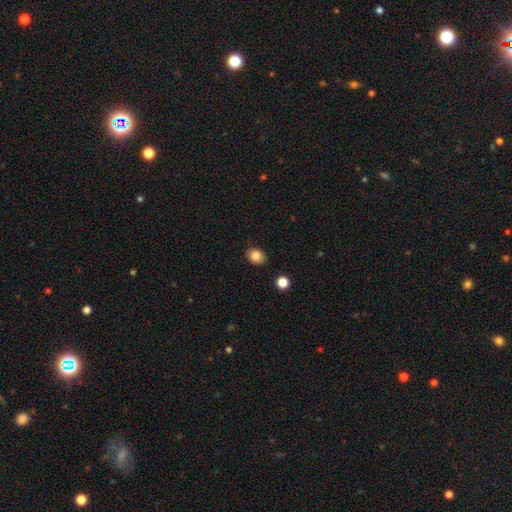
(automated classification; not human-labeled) The model was most divided on "how rounded": round: 54%, in between: 45%, cigar-shaped: 1%. More confident: merging — none (86%); smooth or featured — smooth (84%).